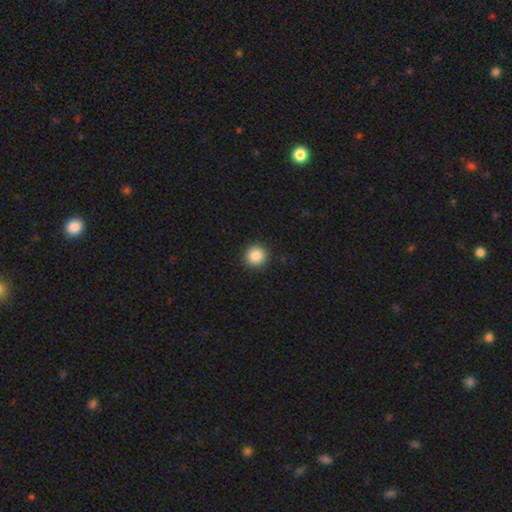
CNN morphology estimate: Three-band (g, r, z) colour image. It shows a smooth galaxy with no disk features (87%) that is round (94%). Merging: none (92%).